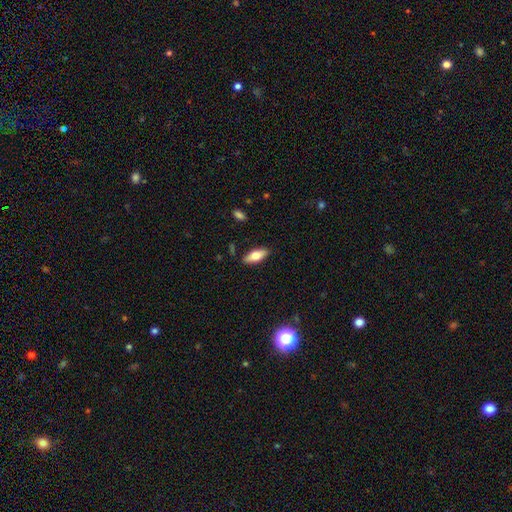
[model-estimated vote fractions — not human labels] smooth_or_featured: smooth (p=0.66) [alt: featured or disk p=0.28]
how_rounded: in between (p=0.75) [alt: cigar-shaped p=0.23]
merging: none (p=0.87) [alt: minor disturbance p=0.09]